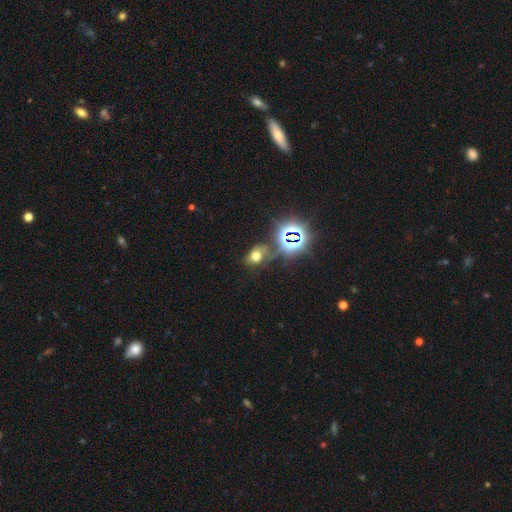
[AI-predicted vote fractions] Q: Smooth or featured?
A: smooth (54%); runner-up: star or artifact (33%)
Q: How rounded?
A: in between (69%); runner-up: round (29%)
Q: Merging?
A: none (58%); runner-up: minor disturbance (19%)